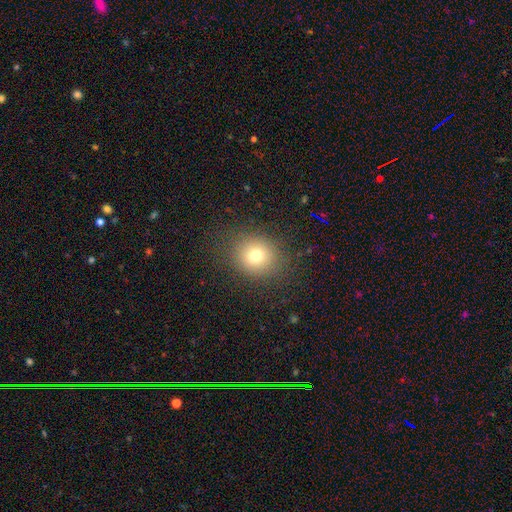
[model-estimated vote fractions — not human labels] smooth 74%, star or artifact 16%, featured or disk 11%. Down the decision tree: how rounded — round (81%); merging — none (86%).